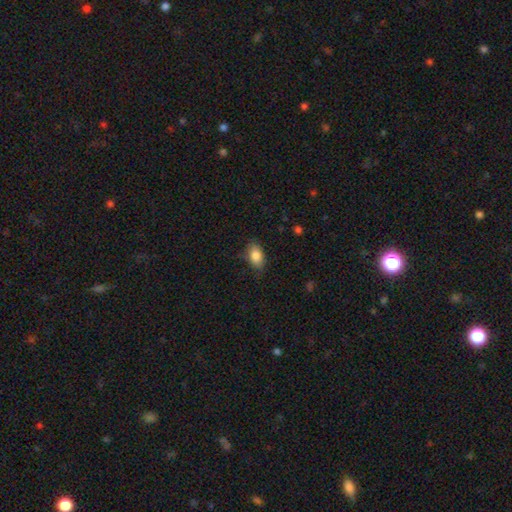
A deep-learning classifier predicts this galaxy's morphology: Smooth or featured? smooth (84%)
How rounded? in between (88%)
Merging? none (77%)